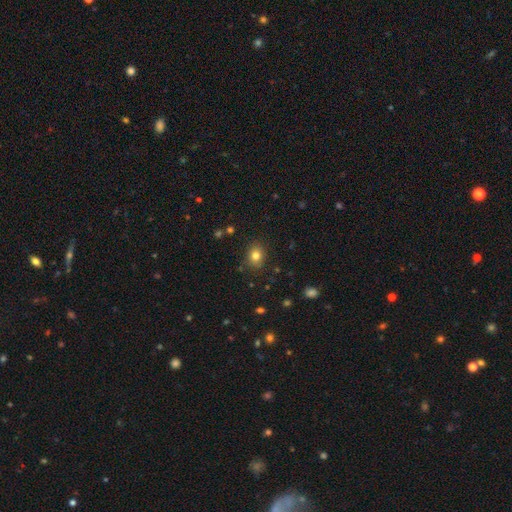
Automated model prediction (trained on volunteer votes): Morphology: type=smooth (80%); roundness=round (52%); merging=none (85%).